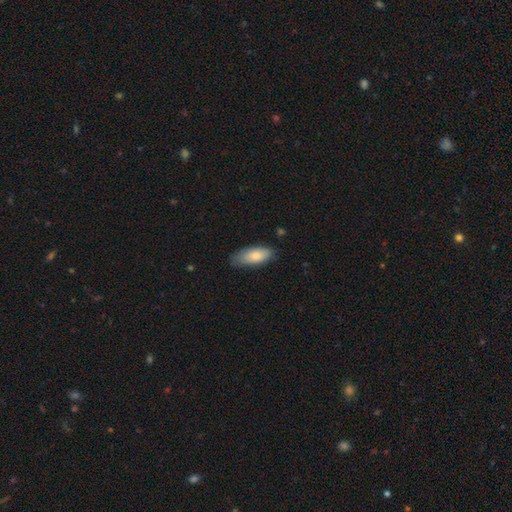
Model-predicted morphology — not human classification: Overall: smooth (79%). How rounded: in between (84%). Merging: none (68%).